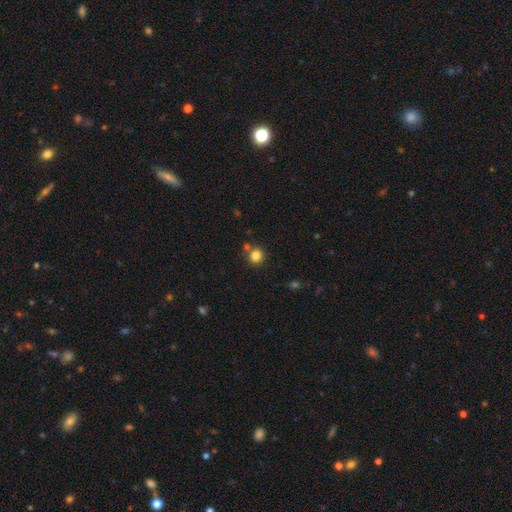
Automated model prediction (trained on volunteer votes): Morphology: type=smooth (83%); roundness=round (89%); merging=none (75%).